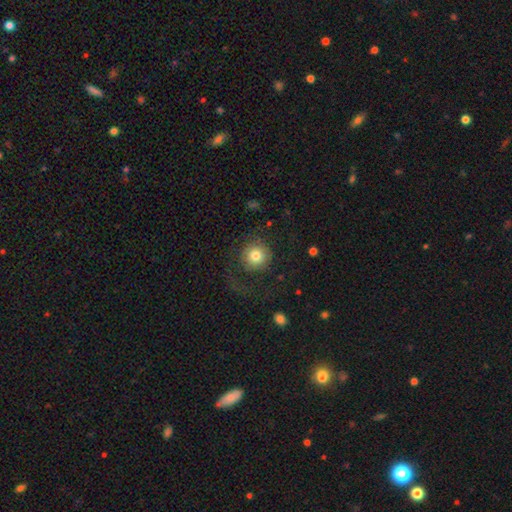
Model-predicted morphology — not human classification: smooth_or_featured: smooth (p=0.76) [alt: featured or disk p=0.15]
how_rounded: round (p=0.93) [alt: in between p=0.06]
merging: none (p=0.62) [alt: major disturbance p=0.25]